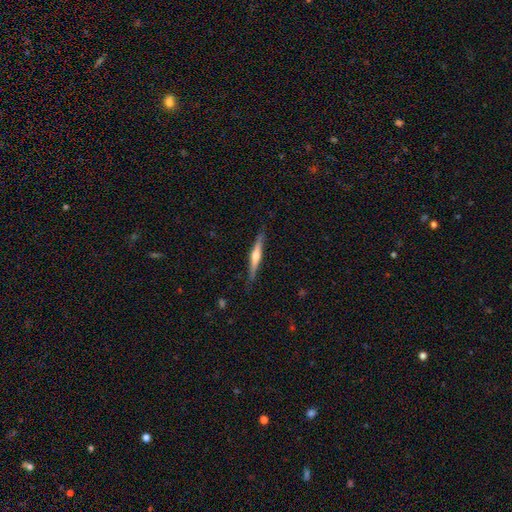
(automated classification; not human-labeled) This is likely a featured or disk galaxy (65%). It is clearly viewed edge-on (97%). Edge-on bulge: clearly rounded (88%). Merging: clearly none (86%).